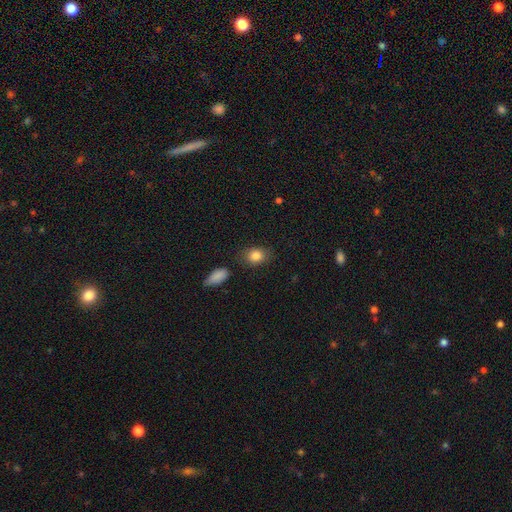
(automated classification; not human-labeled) Overall: smooth (85%). How rounded: in between (70%). Merging: none (77%).